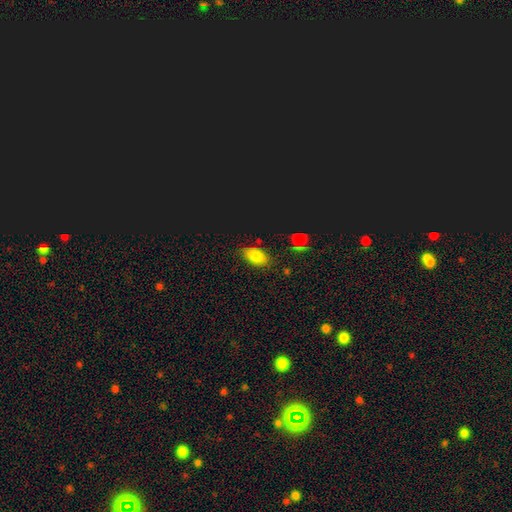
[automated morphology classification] This appears to be a smooth galaxy with no disk features (76%) that is in between round and cigar-shaped (89%). Merging: none (78%).